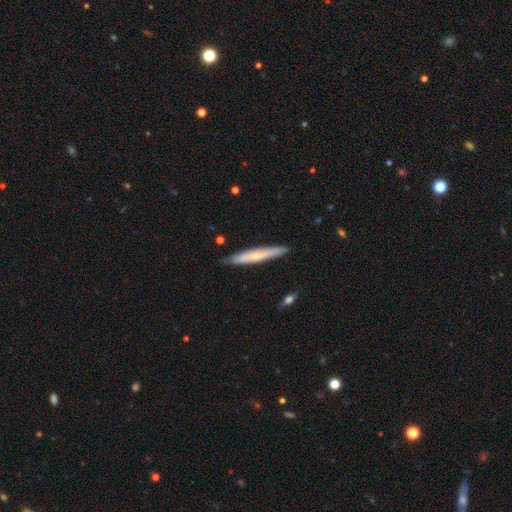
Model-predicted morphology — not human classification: Smooth or featured? Predicted: smooth (p=0.56). How rounded? Predicted: cigar-shaped (p=0.95). Merging? Predicted: none (p=0.87).